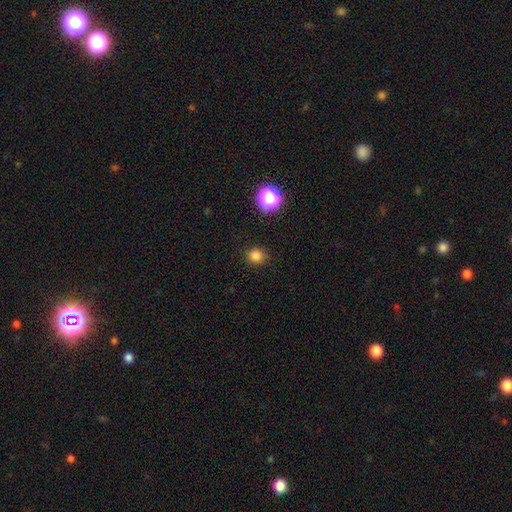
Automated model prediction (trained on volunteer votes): Smooth or featured?
  - smooth: 82% *
  - star or artifact: 15%
  - featured or disk: 4%
How rounded?
  - round: 85% *
  - in between: 14%
  - cigar-shaped: 1%
Merging?
  - none: 88% *
  - minor disturbance: 8%
  - major disturbance: 3%
  - merger: 1%